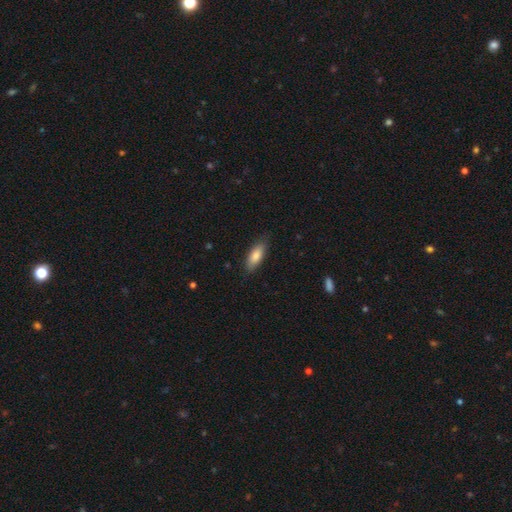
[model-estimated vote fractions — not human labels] Smooth or featured?
  - smooth: 81% *
  - featured or disk: 13%
  - star or artifact: 6%
How rounded?
  - in between: 71% *
  - cigar-shaped: 27%
  - round: 2%
Merging?
  - none: 81% *
  - minor disturbance: 15%
  - major disturbance: 3%
  - merger: 1%